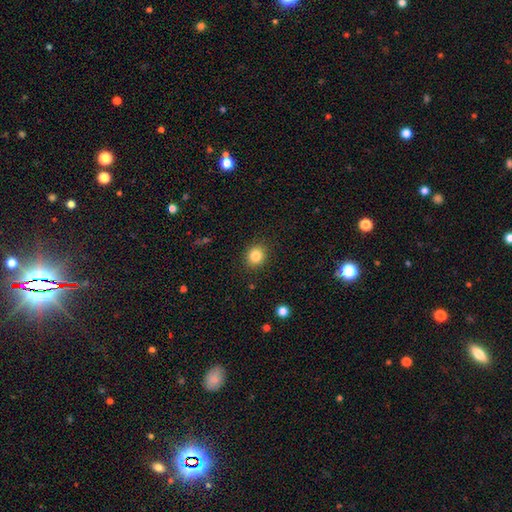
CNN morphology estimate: Smooth or featured? Predicted: smooth (p=0.84). How rounded? Predicted: round (p=0.79). Merging? Predicted: none (p=0.89).